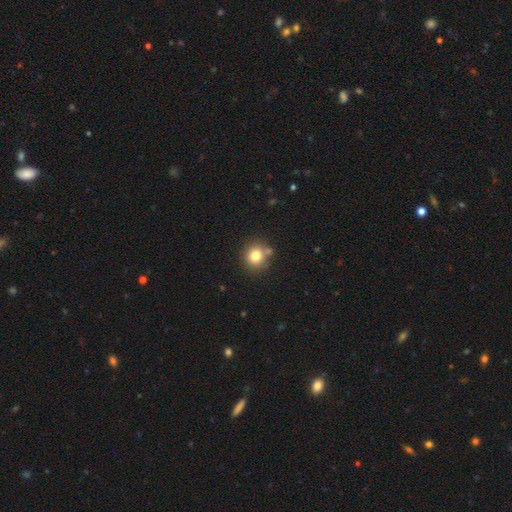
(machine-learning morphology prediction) smooth_or_featured: smooth (p=0.79) [alt: star or artifact p=0.12]
how_rounded: round (p=0.85) [alt: in between p=0.14]
merging: none (p=0.76) [alt: minor disturbance p=0.11]